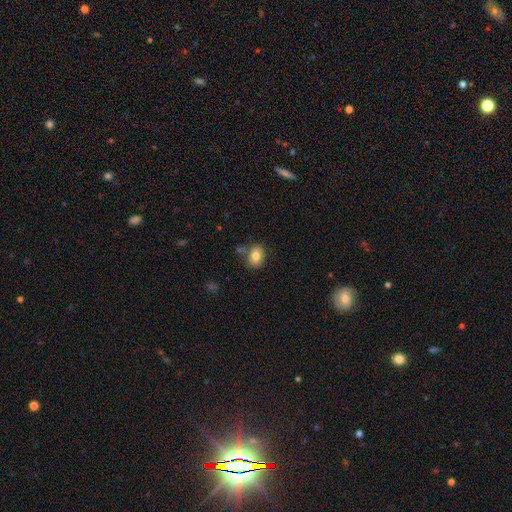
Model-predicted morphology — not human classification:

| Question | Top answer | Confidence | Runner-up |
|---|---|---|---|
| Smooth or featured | smooth | 80% | featured or disk (11%) |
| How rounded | in between | 56% | round (43%) |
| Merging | none | 73% | minor disturbance (15%) |